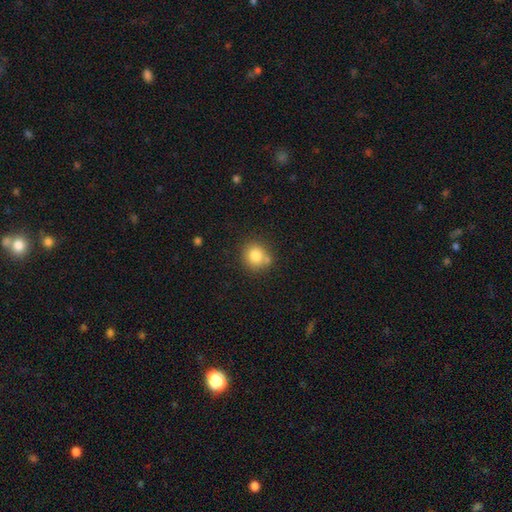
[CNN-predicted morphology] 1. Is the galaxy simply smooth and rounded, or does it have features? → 82% smooth, 10% star or artifact, 8% featured or disk.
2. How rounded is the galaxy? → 87% round, 12% in between, 1% cigar-shaped.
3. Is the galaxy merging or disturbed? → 70% none, 14% minor disturbance, 13% merger, 4% major disturbance.